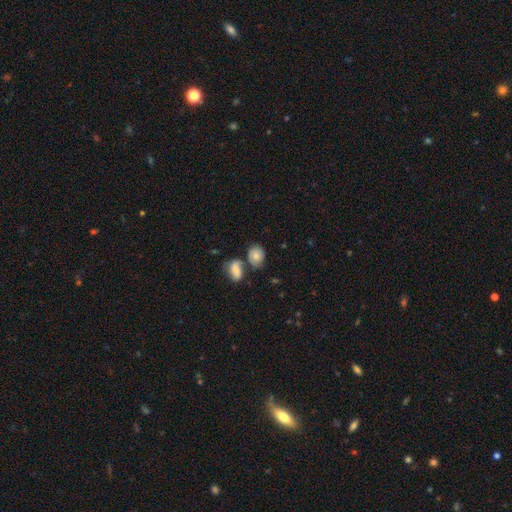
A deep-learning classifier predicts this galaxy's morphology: Smooth or featured? smooth (77%)
How rounded? in between (50%)
Merging? none (50%)